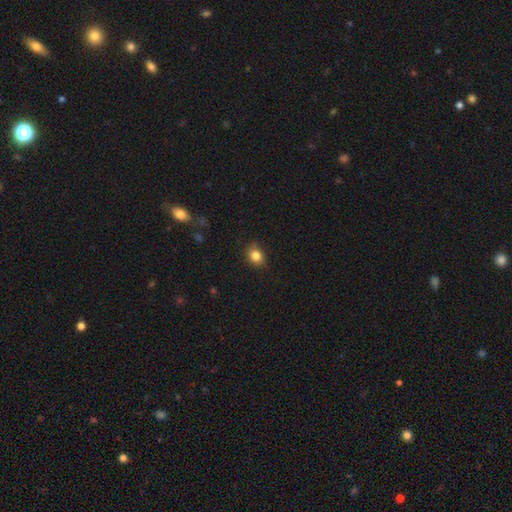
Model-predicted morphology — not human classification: Smooth or featured: smooth — 84% (star or artifact — 10%)
How rounded: in between — 52% (round — 47%)
Merging: none — 80% (minor disturbance — 16%)